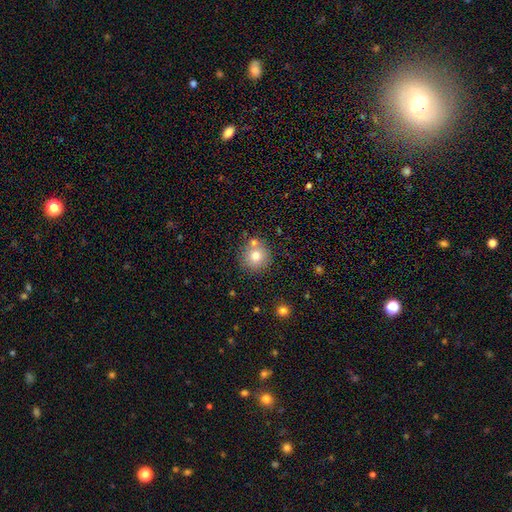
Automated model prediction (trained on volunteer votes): Smooth or featured? smooth (77%)
How rounded? round (92%)
Merging? none (70%)